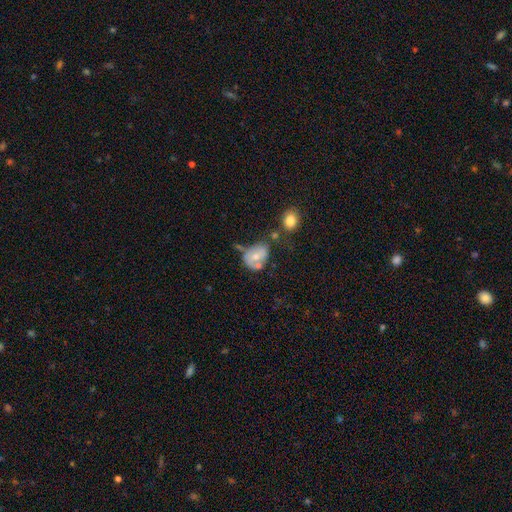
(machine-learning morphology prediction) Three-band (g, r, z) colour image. It shows a smooth galaxy with no disk features (47%). Merging: none (29%).